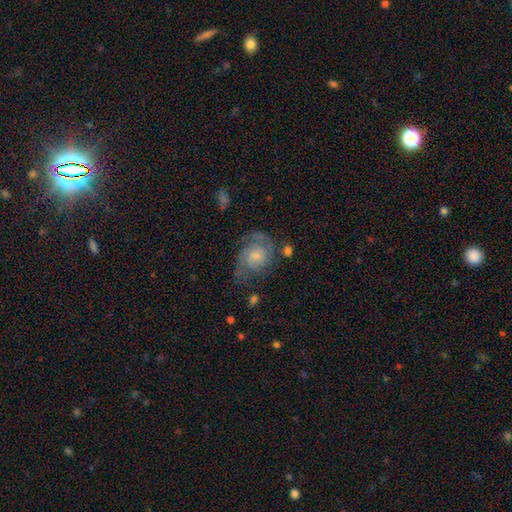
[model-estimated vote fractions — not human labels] Smooth or featured? featured or disk (70%)
Edge-on disk? no (97%)
Bar? no (71%)
Spiral arms? yes (90%)
Spiral winding? tight (43%)
Spiral arm count? 2 (55%)
Bulge size? small (57%)
Merging? none (56%)